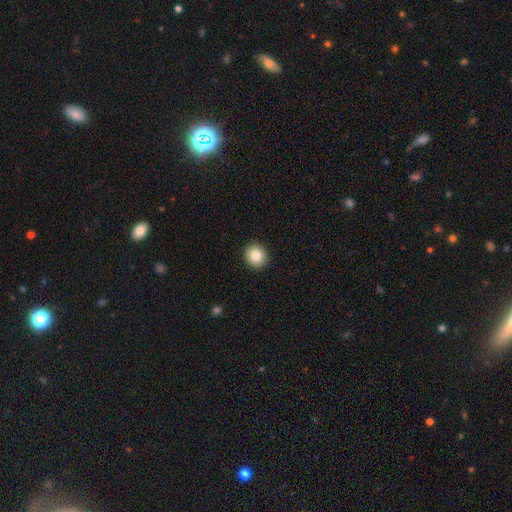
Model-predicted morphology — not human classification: Overall: smooth (82%). How rounded: round (88%). Merging: none (92%).